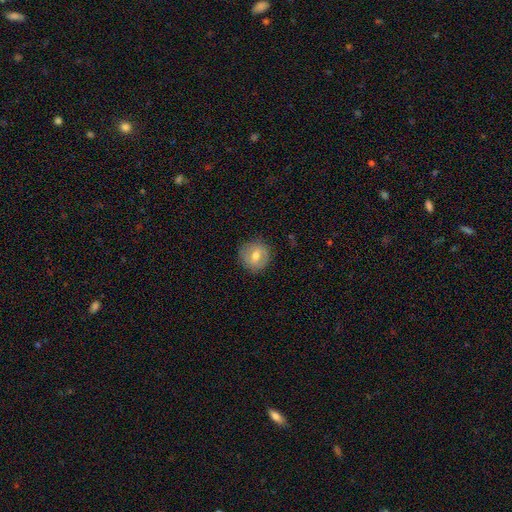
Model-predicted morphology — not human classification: Smooth or featured: smooth — 60% (featured or disk — 31%)
How rounded: round — 90% (in between — 9%)
Merging: none — 86% (minor disturbance — 10%)